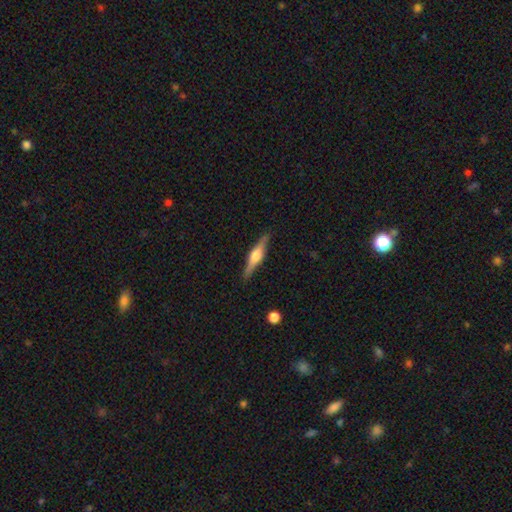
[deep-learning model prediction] Smooth or featured?
  - featured or disk: 69% *
  - smooth: 25%
  - star or artifact: 6%
Edge-on disk?
  - yes: 97% *
  - no: 3%
Edge-on bulge?
  - rounded: 86% *
  - boxy: 11%
  - none: 3%
Merging?
  - none: 89% *
  - minor disturbance: 8%
  - major disturbance: 2%
  - merger: 1%